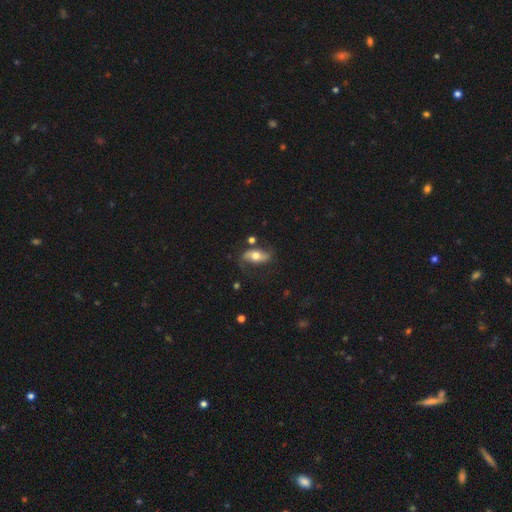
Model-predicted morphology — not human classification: The model was most divided on "smooth or featured": featured or disk: 53%, smooth: 41%, star or artifact: 7%. More confident: edge-on disk — no (80%); merging — none (62%).